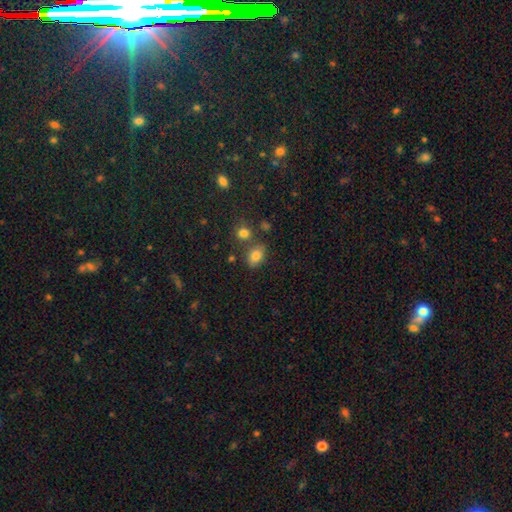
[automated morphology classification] Smooth or featured?
  - smooth: 80% *
  - star or artifact: 12%
  - featured or disk: 8%
How rounded?
  - in between: 75% *
  - round: 24%
  - cigar-shaped: 1%
Merging?
  - none: 68% *
  - merger: 14%
  - minor disturbance: 14%
  - major disturbance: 4%